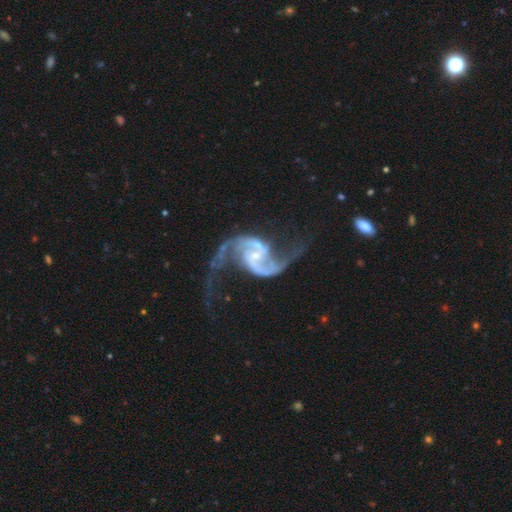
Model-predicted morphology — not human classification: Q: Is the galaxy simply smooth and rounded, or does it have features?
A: featured or disk — 93%.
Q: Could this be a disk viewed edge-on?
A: no — 98%.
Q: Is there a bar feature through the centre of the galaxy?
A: weak — 44%.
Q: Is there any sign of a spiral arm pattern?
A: yes — 98%.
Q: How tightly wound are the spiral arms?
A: loose — 66%.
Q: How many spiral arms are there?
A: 2 — 94%.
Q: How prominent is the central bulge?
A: small — 67%.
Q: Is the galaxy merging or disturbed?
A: none — 56%.